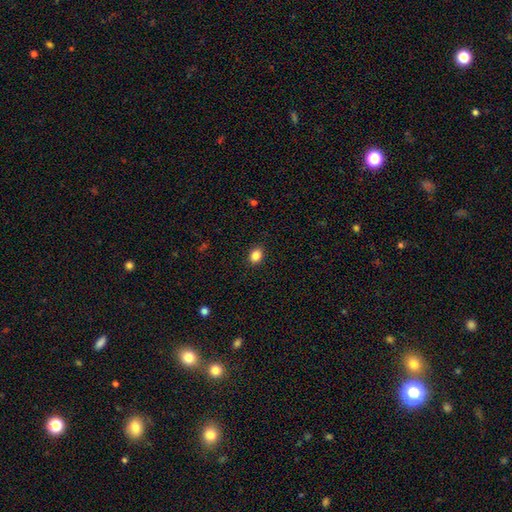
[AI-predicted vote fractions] A smooth galaxy with no disk features (86%) that is in between round and cigar-shaped (57%). Merging: none (90%).